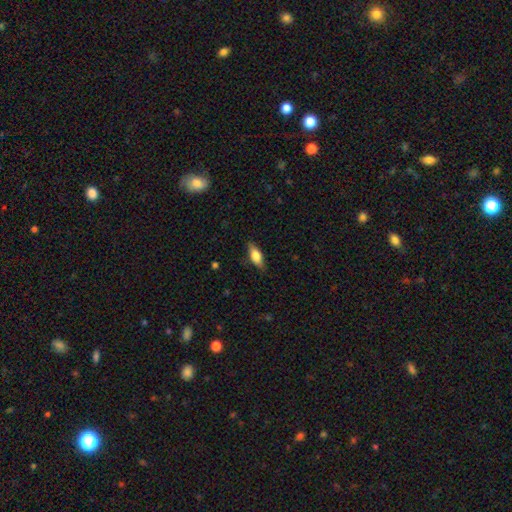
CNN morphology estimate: Smooth or featured? Predicted: smooth (p=0.75). How rounded? Predicted: in between (p=0.77). Merging? Predicted: none (p=0.82).